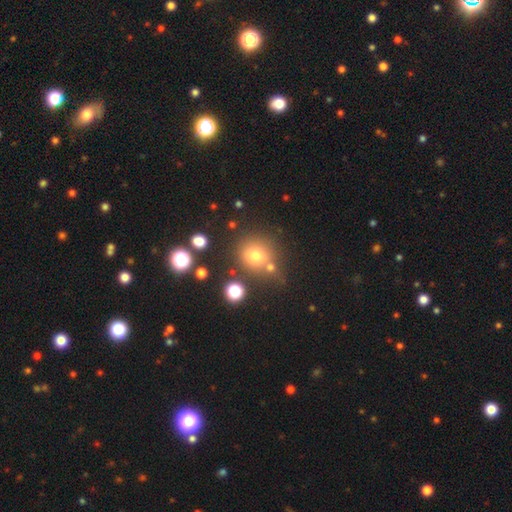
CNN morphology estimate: This appears to be a smooth galaxy with no disk features (73%) that is round (84%). Merging: none (67%).